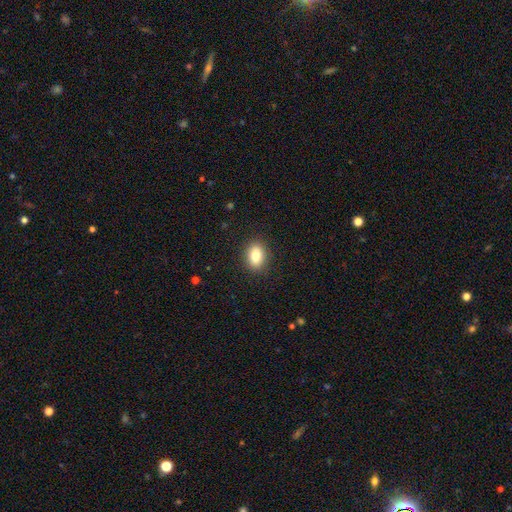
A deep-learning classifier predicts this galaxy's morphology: Smooth or featured?
  - smooth: 82% *
  - featured or disk: 9%
  - star or artifact: 9%
How rounded?
  - in between: 77% *
  - round: 21%
  - cigar-shaped: 2%
Merging?
  - none: 89% *
  - minor disturbance: 8%
  - major disturbance: 2%
  - merger: 1%